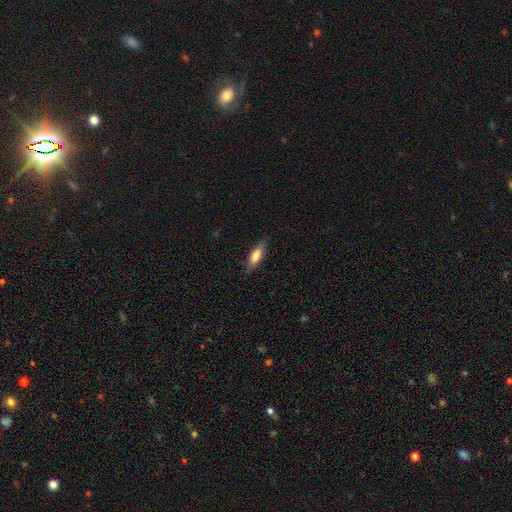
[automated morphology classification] This is likely a smooth galaxy (74%). How rounded: possibly in between (50%). Merging: clearly none (81%).